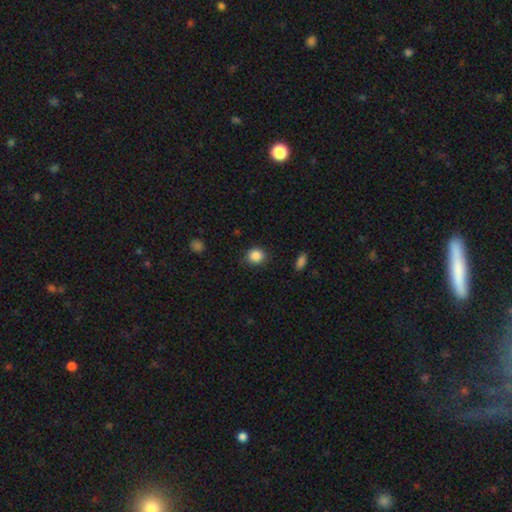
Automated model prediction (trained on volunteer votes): smooth 87%, star or artifact 9%, featured or disk 3%. Down the decision tree: how rounded — round (79%); merging — none (86%).